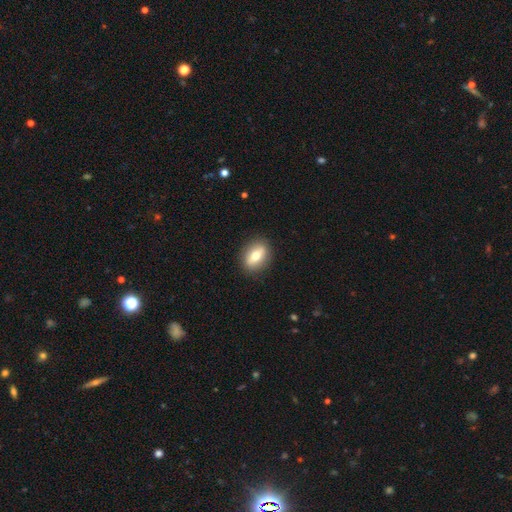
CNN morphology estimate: Smooth or featured? smooth (62%)
How rounded? in between (71%)
Merging? none (88%)